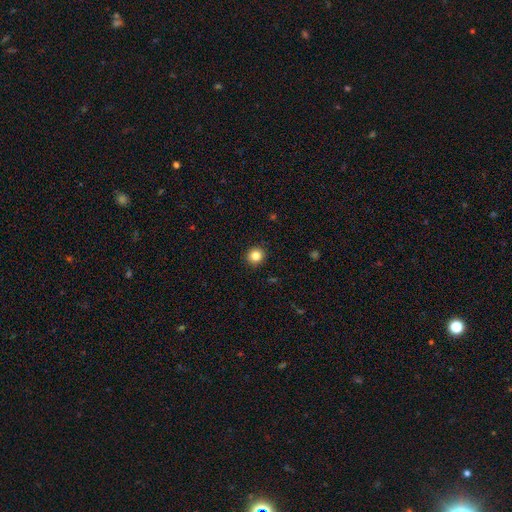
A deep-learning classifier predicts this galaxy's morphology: Smooth or featured? smooth (84%)
How rounded? round (90%)
Merging? none (92%)